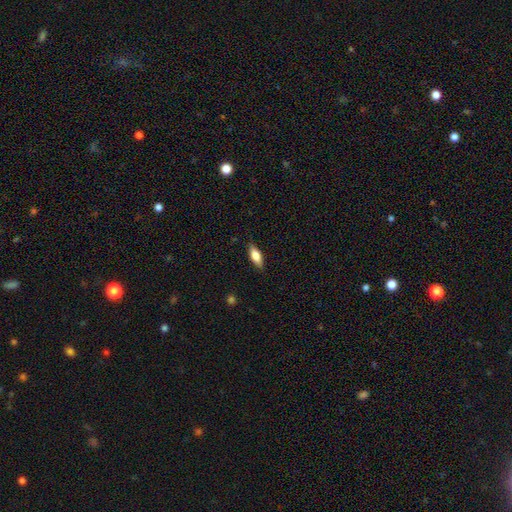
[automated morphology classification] Smooth or featured?
  - smooth: 66% *
  - featured or disk: 28%
  - star or artifact: 6%
How rounded?
  - in between: 66% *
  - cigar-shaped: 31%
  - round: 3%
Merging?
  - none: 87% *
  - minor disturbance: 10%
  - major disturbance: 2%
  - merger: 1%